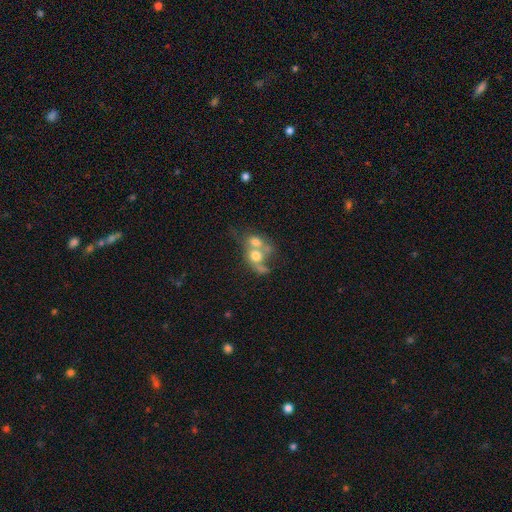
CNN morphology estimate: type=smooth (58%); roundness=round (54%); merging=merger (72%).